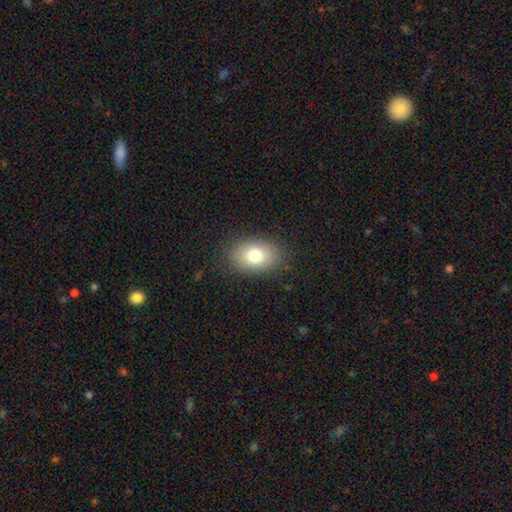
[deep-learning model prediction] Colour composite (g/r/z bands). It shows a smooth galaxy with no disk features (79%) that is in between round and cigar-shaped (82%). Merging: none (88%).